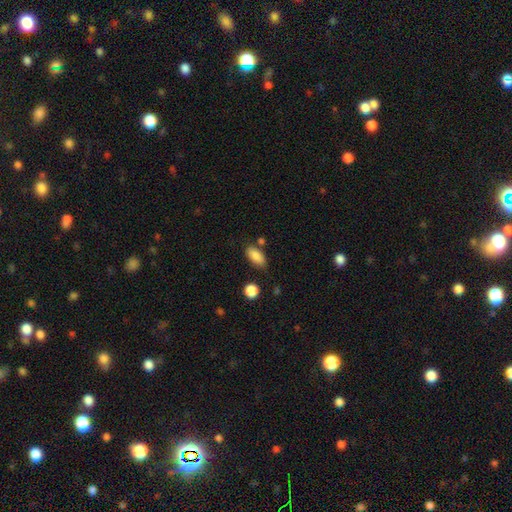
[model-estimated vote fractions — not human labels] smooth-or-featured: smooth: 86% | star or artifact: 8% | featured or disk: 6%
  how-rounded: in between: 87% | cigar-shaped: 9% | round: 4%
  merging: none: 73% | minor disturbance: 17% | merger: 6% | major disturbance: 4%